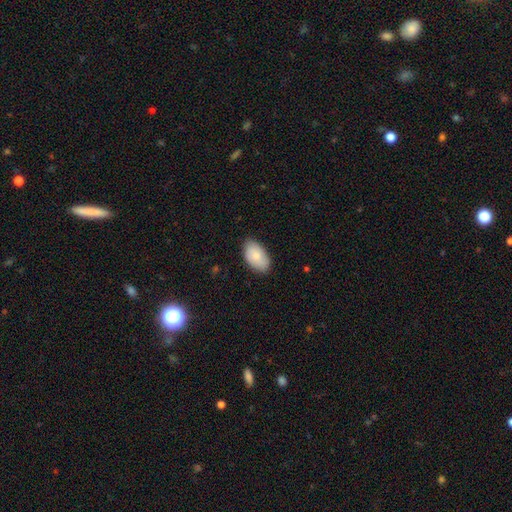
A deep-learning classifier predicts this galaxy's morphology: type=smooth (78%); roundness=in between (94%); merging=none (80%).